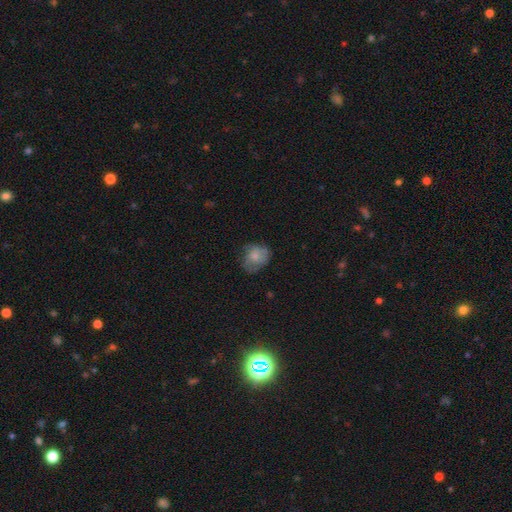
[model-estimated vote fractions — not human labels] This is likely a smooth galaxy (66%). How rounded: likely round (62%). Merging: possibly none (57%).